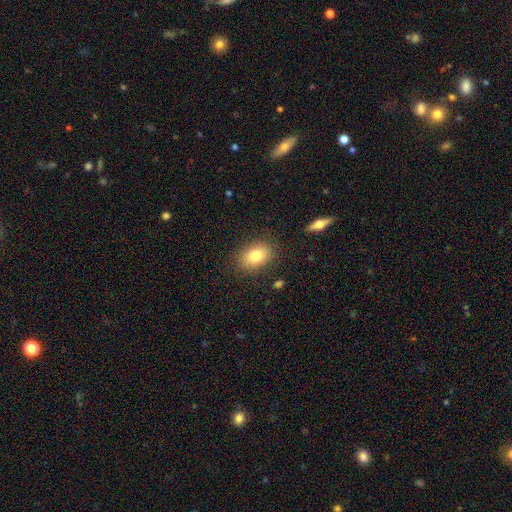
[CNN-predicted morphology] Overall: smooth (80%). How rounded: in between (77%). Merging: none (85%).